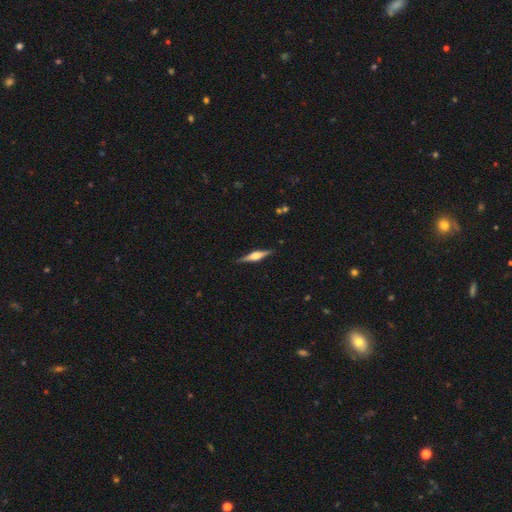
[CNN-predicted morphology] The model was most divided on "smooth or featured": featured or disk: 73%, smooth: 22%, star or artifact: 6%. More confident: edge-on disk — yes (98%); merging — none (89%); edge-on bulge — rounded (82%).